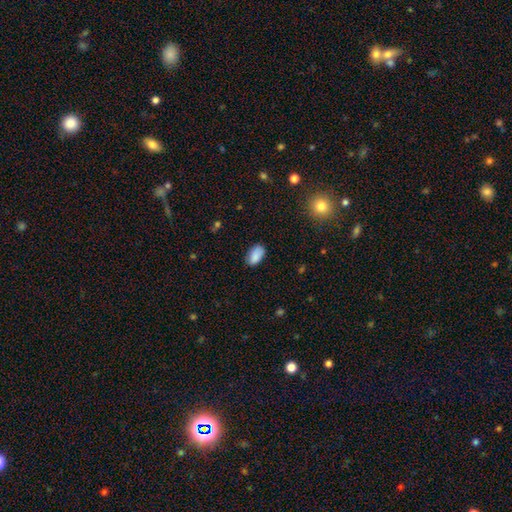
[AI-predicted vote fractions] Smooth or featured? Predicted: smooth (p=0.87). How rounded? Predicted: in between (p=0.94). Merging? Predicted: none (p=0.78).